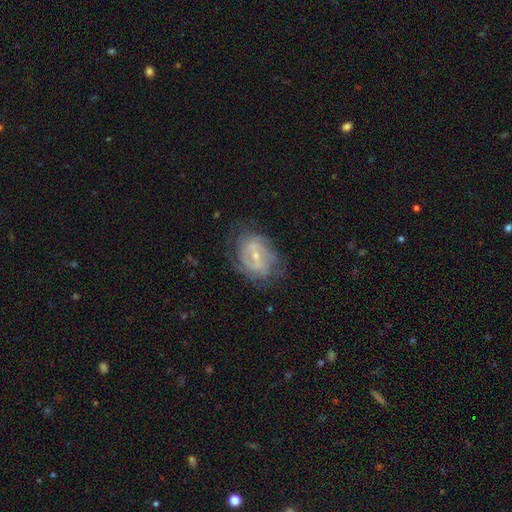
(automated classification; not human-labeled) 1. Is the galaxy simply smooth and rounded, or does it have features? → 81% featured or disk, 12% smooth, 7% star or artifact.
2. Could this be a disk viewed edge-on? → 97% no, 3% yes.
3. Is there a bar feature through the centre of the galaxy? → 49% weak, 27% no, 24% strong.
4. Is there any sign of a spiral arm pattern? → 88% yes, 12% no.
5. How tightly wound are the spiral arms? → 53% tight, 35% medium, 12% loose.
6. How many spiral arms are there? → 45% 2, 32% can't tell, 11% 3, 5% 4, 4% 1, 3% more than 4.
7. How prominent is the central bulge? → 64% small, 32% moderate, 2% none, 1% large, 1% dominant.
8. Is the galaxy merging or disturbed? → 69% none, 19% minor disturbance, 10% major disturbance, 1% merger.